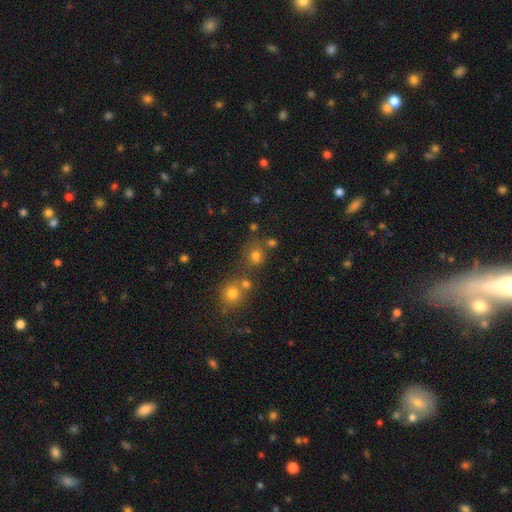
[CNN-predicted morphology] smooth 69%, star or artifact 21%, featured or disk 10%. Down the decision tree: how rounded — round (80%); merging — none (63%).